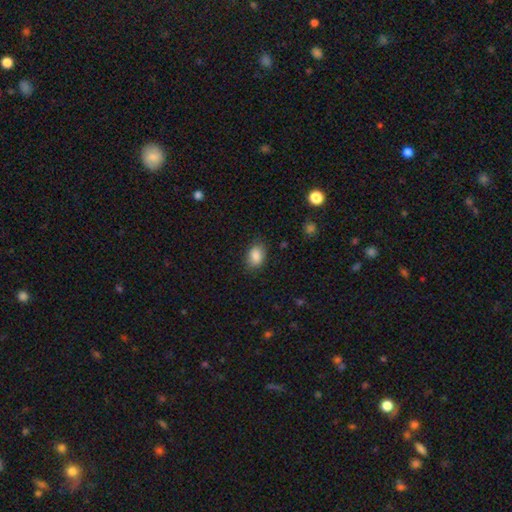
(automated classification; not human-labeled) A smooth galaxy with no disk features (87%) that is in between round and cigar-shaped (81%).

Vote fractions:
- Smooth or featured? smooth: 87% / star or artifact: 8% / featured or disk: 5%
- How rounded? in between: 81% / round: 17% / cigar-shaped: 1%
- Merging? none: 81% / minor disturbance: 14% / major disturbance: 3% / merger: 1%